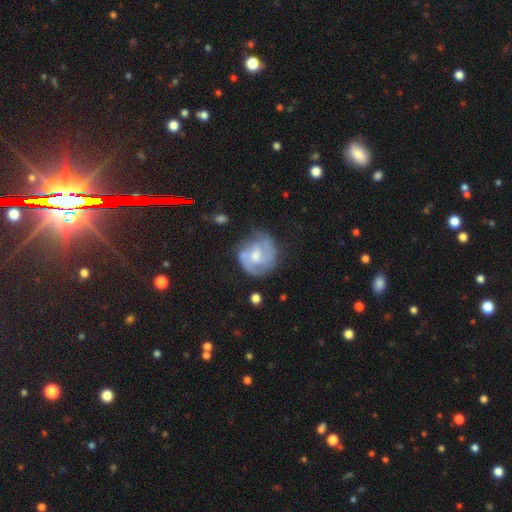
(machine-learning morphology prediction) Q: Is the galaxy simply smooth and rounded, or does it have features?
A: featured or disk — 70%.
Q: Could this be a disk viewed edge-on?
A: no — 98%.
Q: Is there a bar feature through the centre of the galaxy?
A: no — 47%.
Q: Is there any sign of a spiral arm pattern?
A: yes — 86%.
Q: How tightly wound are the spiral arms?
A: medium — 43%.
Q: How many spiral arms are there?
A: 2 — 48%.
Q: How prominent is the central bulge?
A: moderate — 50%.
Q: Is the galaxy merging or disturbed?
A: none — 61%.